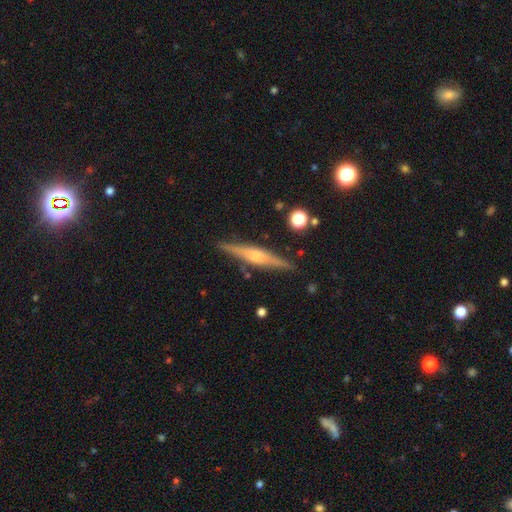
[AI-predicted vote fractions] Morphology: type=featured or disk (74%); edge-on=yes (98%); edge-on bulge=rounded (75%); merging=none (89%).